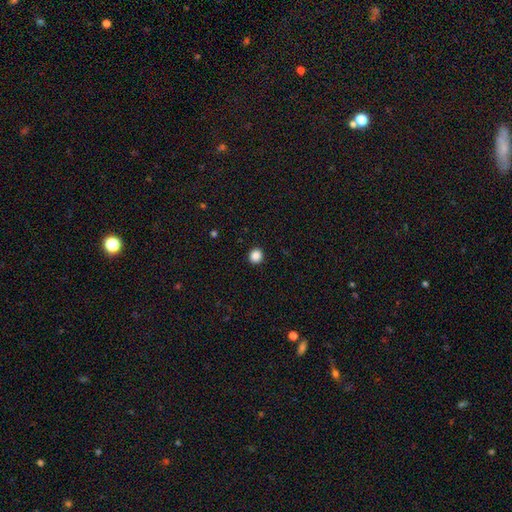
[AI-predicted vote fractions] Smooth or featured? Predicted: smooth (p=0.87). How rounded? Predicted: round (p=0.90). Merging? Predicted: none (p=0.93).